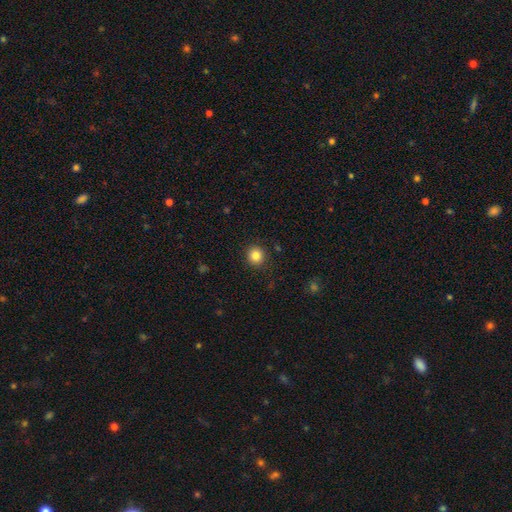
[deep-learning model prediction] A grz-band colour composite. It shows a smooth galaxy with no disk features (84%) that is round (90%). Merging: none (91%).